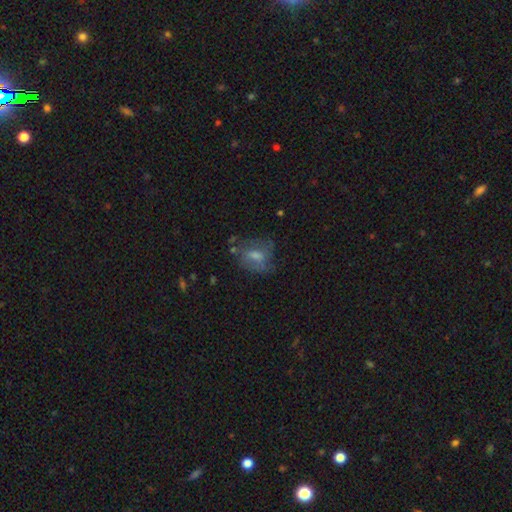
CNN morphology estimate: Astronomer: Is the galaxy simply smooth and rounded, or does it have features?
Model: featured or disk — 45% (runner-up: smooth, 40%).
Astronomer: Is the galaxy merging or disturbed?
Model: none — 56%.